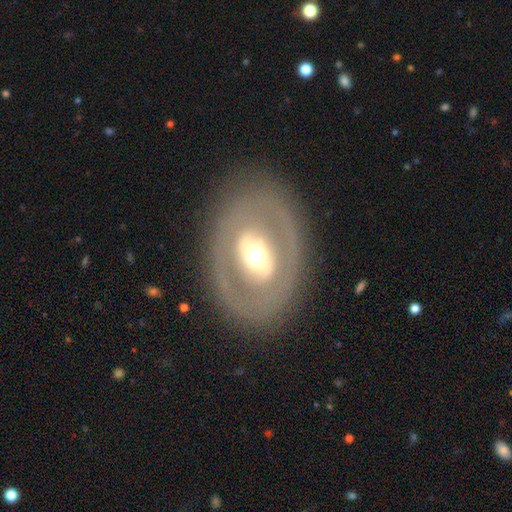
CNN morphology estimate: This is likely a featured or disk galaxy (65%). It is clearly not viewed edge-on (91%). Bar: marginally no (40%). Spiral arm pattern: clearly no (85%). Central bulge: likely moderate (62%). Merging: clearly none (80%).